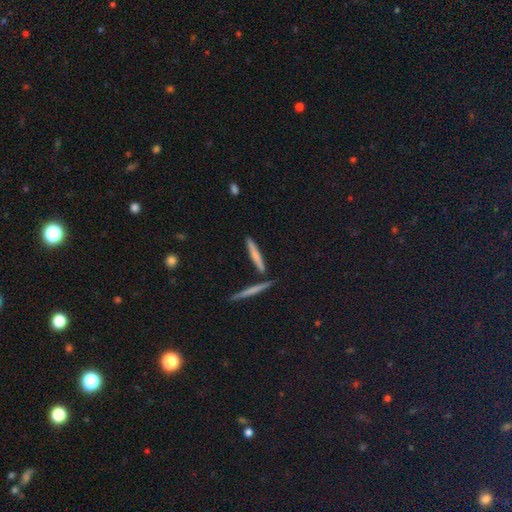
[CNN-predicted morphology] Smooth or featured? smooth (60%)
How rounded? cigar-shaped (91%)
Merging? none (79%)